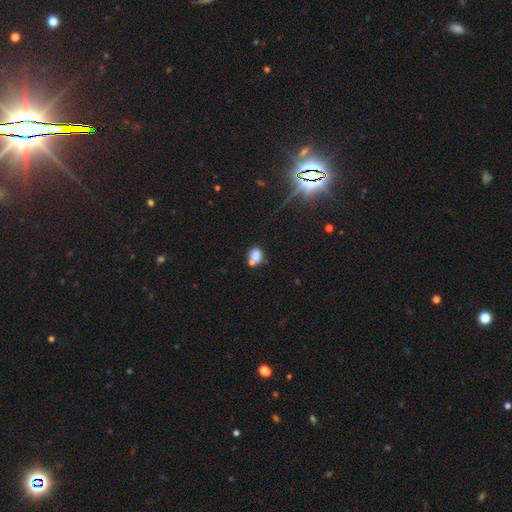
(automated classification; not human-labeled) A smooth galaxy with no disk features (77%) that is round (51%).

Vote fractions:
- Smooth or featured? smooth: 77% / star or artifact: 13% / featured or disk: 10%
- How rounded? round: 51% / in between: 47% / cigar-shaped: 1%
- Merging? none: 48% / merger: 30% / minor disturbance: 16% / major disturbance: 6%